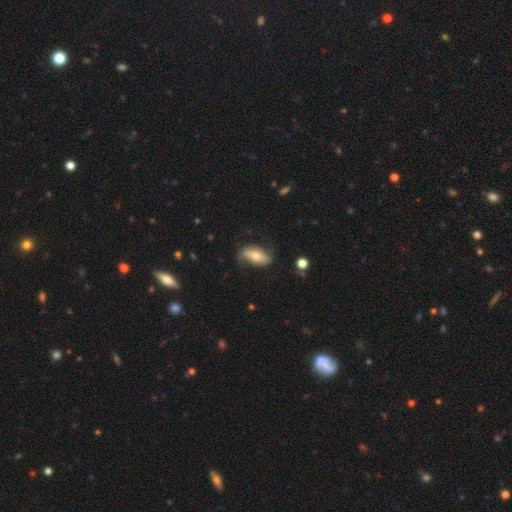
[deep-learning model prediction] The model was most divided on "smooth or featured": smooth: 52%, featured or disk: 41%, star or artifact: 7%. More confident: how rounded — in between (86%); merging — none (69%).